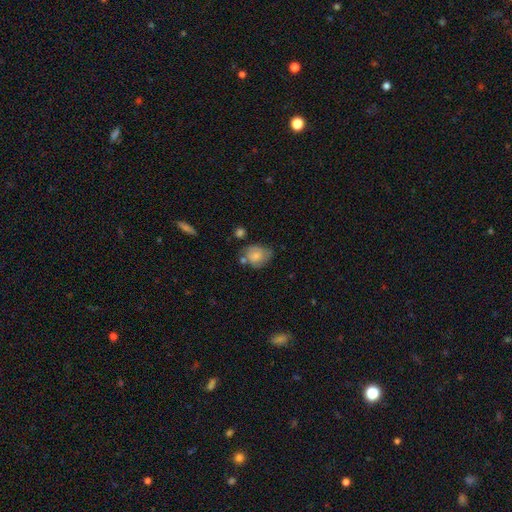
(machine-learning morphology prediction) Smooth or featured? smooth (69%)
How rounded? round (50%)
Merging? none (49%)